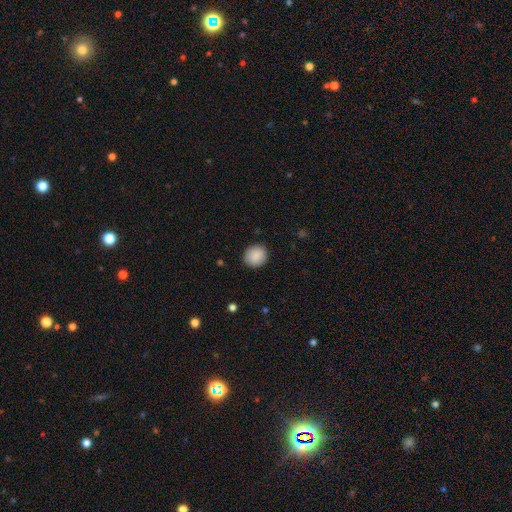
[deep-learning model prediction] smooth_or_featured: smooth (p=0.89) [alt: star or artifact p=0.07]
how_rounded: round (p=0.84) [alt: in between p=0.15]
merging: none (p=0.89) [alt: minor disturbance p=0.08]